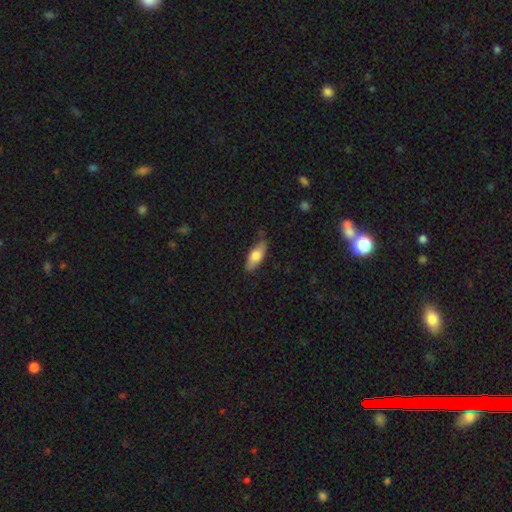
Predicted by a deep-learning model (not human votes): This is likely a smooth galaxy (71%). How rounded: likely in between (74%). Merging: likely none (70%).